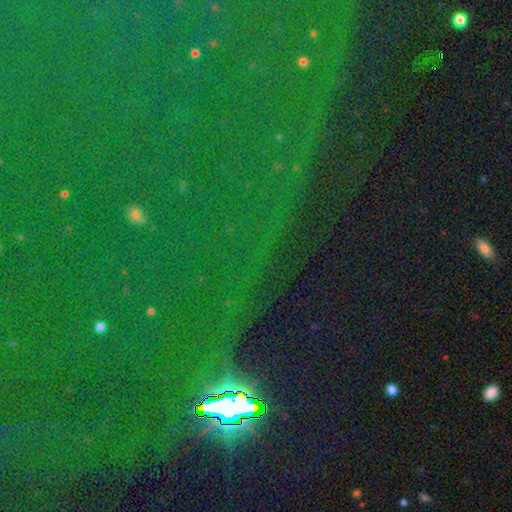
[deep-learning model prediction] star or artifact 86%, smooth 8%, featured or disk 7%.